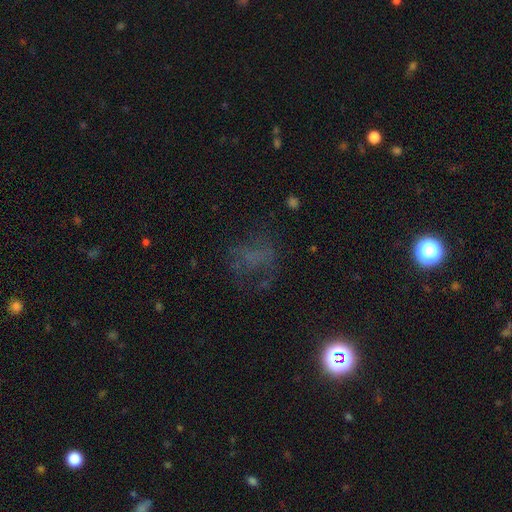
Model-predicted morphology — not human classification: type=star or artifact (37%).